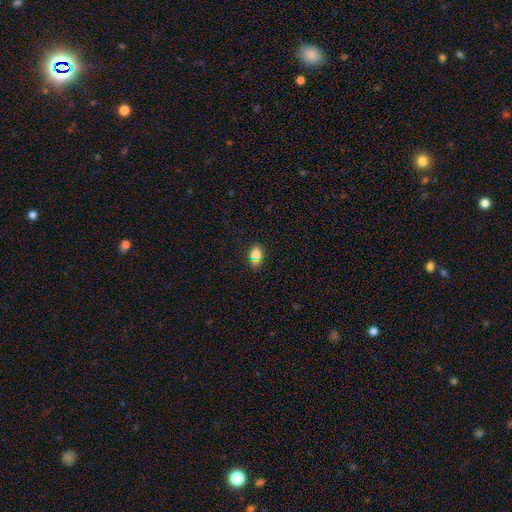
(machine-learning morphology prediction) Smooth or featured: smooth — 75% (star or artifact — 18%)
How rounded: in between — 72% (round — 25%)
Merging: none — 77% (minor disturbance — 13%)